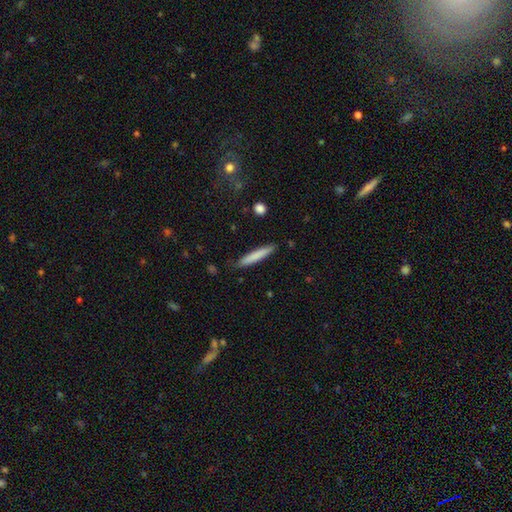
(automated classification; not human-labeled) The model was most divided on "smooth or featured": smooth: 78%, featured or disk: 16%, star or artifact: 6%. More confident: how rounded — cigar-shaped (94%); merging — none (87%).